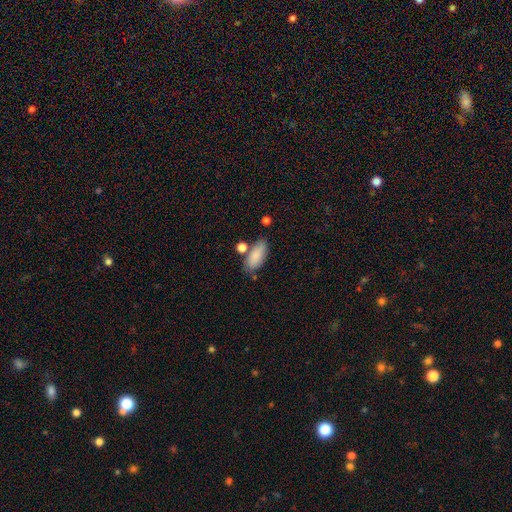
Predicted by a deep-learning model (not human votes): A smooth galaxy with no disk features (86%) that is in between round and cigar-shaped (85%). Merging: none (68%).